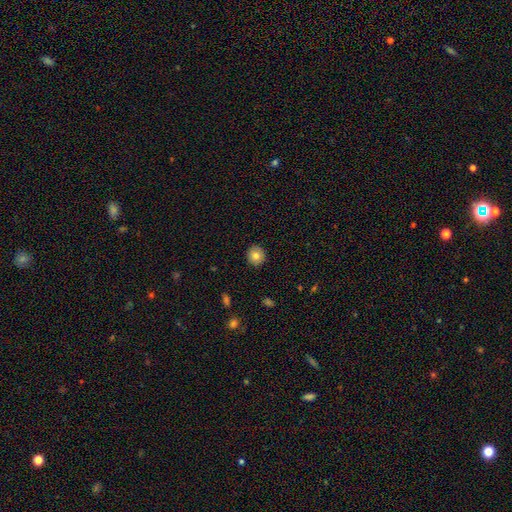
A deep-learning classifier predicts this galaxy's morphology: smooth 78%, featured or disk 14%, star or artifact 9%. Down the decision tree: how rounded — round (91%); merging — none (90%).